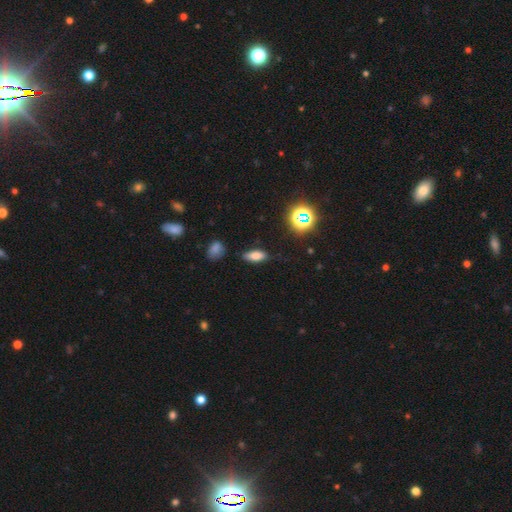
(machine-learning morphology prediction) Smooth or featured?
  - smooth: 76% *
  - star or artifact: 14%
  - featured or disk: 10%
How rounded?
  - in between: 78% *
  - cigar-shaped: 18%
  - round: 4%
Merging?
  - none: 81% *
  - minor disturbance: 14%
  - major disturbance: 3%
  - merger: 2%